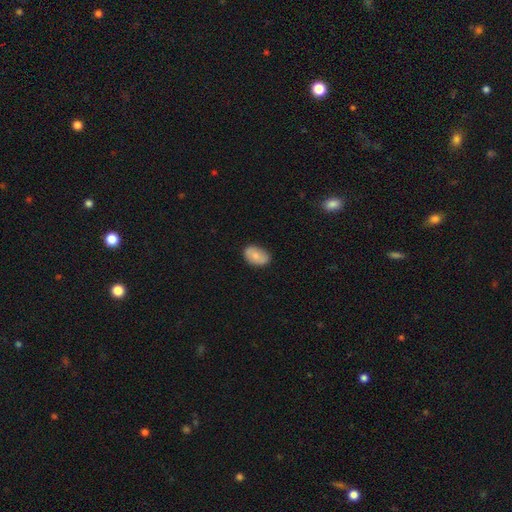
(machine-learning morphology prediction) Overall: smooth (76%). How rounded: in between (87%). Merging: none (81%).